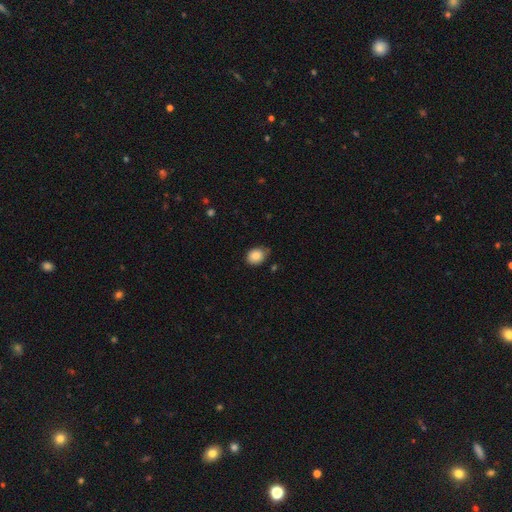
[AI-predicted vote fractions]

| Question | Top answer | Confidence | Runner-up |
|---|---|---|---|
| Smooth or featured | smooth | 85% | star or artifact (8%) |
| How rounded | in between | 52% | round (47%) |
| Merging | none | 70% | minor disturbance (24%) |